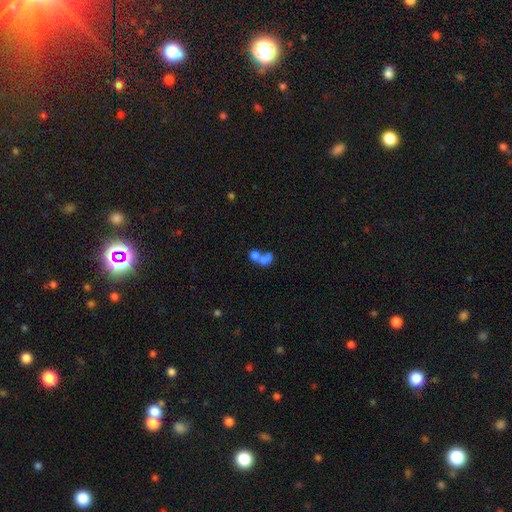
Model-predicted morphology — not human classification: Q: Smooth or featured?
A: smooth (50%); runner-up: star or artifact (31%)
Q: Merging?
A: merger (43%); runner-up: none (40%)